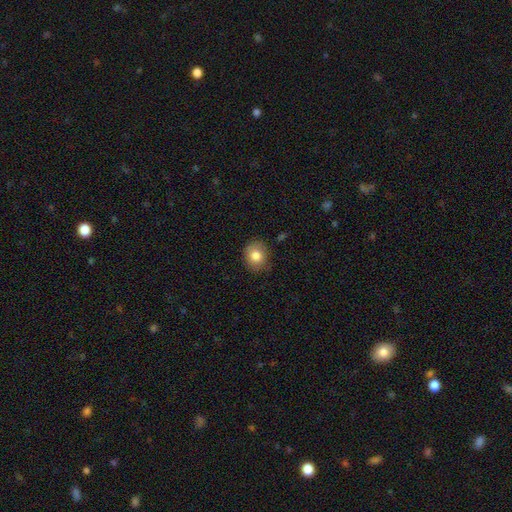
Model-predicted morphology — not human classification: A smooth galaxy with no disk features (82%) that is round (68%).

Vote fractions:
- Smooth or featured? smooth: 82% / featured or disk: 9% / star or artifact: 9%
- How rounded? round: 68% / in between: 31% / cigar-shaped: 1%
- Merging? none: 83% / minor disturbance: 13% / major disturbance: 3% / merger: 1%